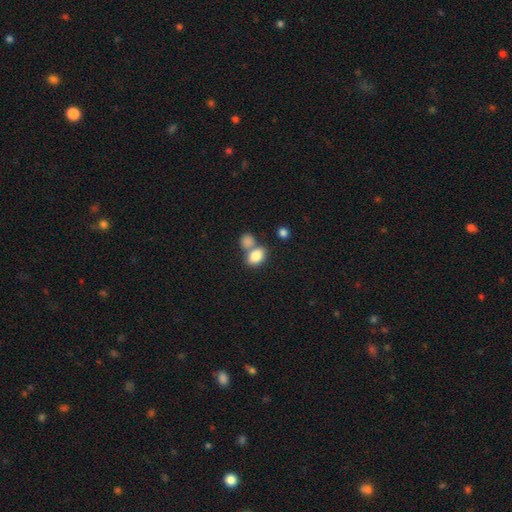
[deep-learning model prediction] Smooth or featured? Predicted: smooth (p=0.83). How rounded? Predicted: in between (p=0.78). Merging? Predicted: none (p=0.43).